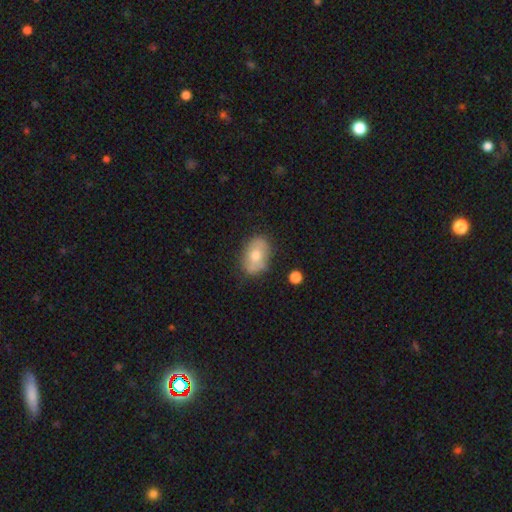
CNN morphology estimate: A smooth galaxy with no disk features (63%) that is in between round and cigar-shaped (84%).

Vote fractions:
- Smooth or featured? smooth: 63% / featured or disk: 29% / star or artifact: 8%
- How rounded? in between: 84% / round: 15% / cigar-shaped: 2%
- Merging? none: 78% / minor disturbance: 17% / major disturbance: 3% / merger: 3%